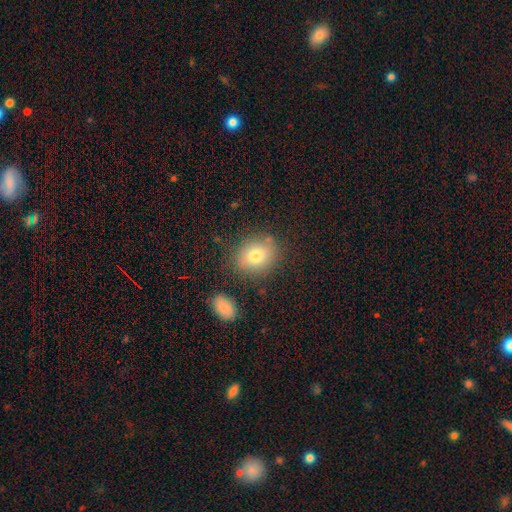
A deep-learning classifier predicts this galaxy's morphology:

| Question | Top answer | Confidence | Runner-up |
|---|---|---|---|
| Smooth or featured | smooth | 77% | featured or disk (12%) |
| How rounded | round | 56% | in between (42%) |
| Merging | none | 79% | minor disturbance (12%) |